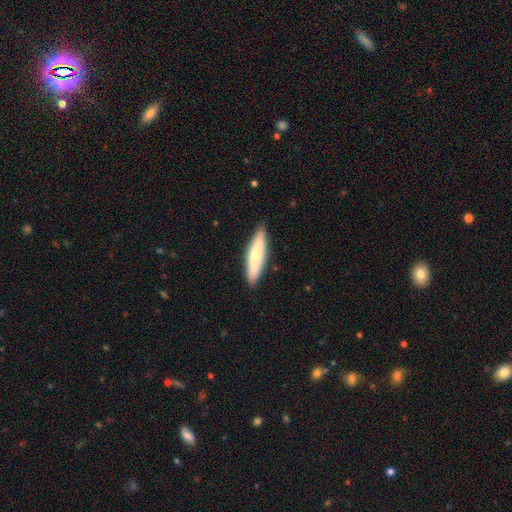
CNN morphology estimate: Q: Smooth or featured?
A: smooth (65%); runner-up: featured or disk (29%)
Q: How rounded?
A: cigar-shaped (70%); runner-up: in between (28%)
Q: Merging?
A: none (86%); runner-up: minor disturbance (11%)